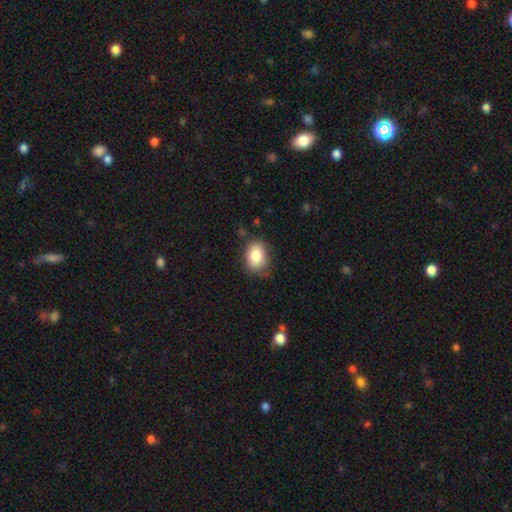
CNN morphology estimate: type=smooth (82%); roundness=in between (69%); merging=none (72%).